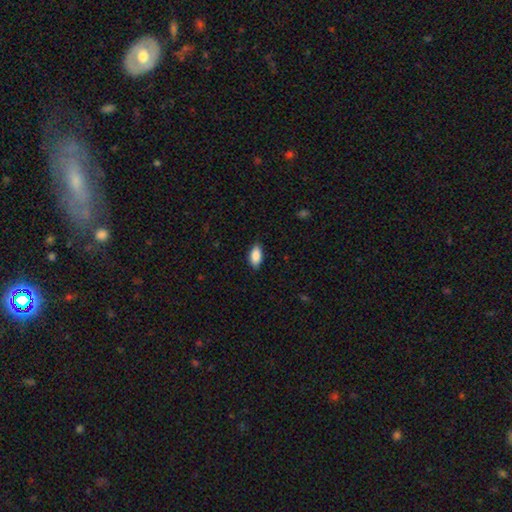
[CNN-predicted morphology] smooth_or_featured: smooth (p=0.87) [alt: featured or disk p=0.07]
how_rounded: in between (p=0.91) [alt: cigar-shaped p=0.07]
merging: none (p=0.85) [alt: minor disturbance p=0.12]